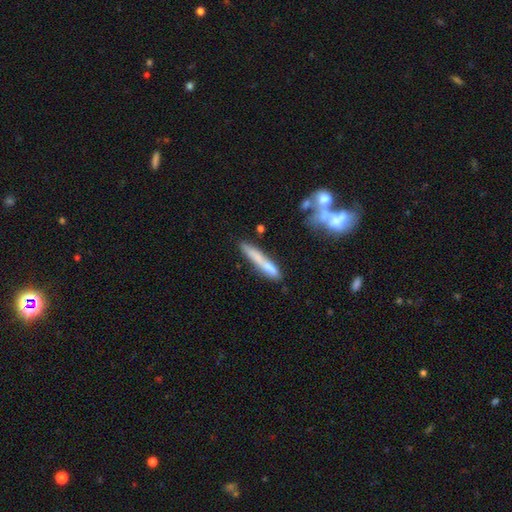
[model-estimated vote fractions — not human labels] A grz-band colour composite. It shows a smooth galaxy with no disk features (68%) that is cigar-shaped (91%). Merging: none (61%).